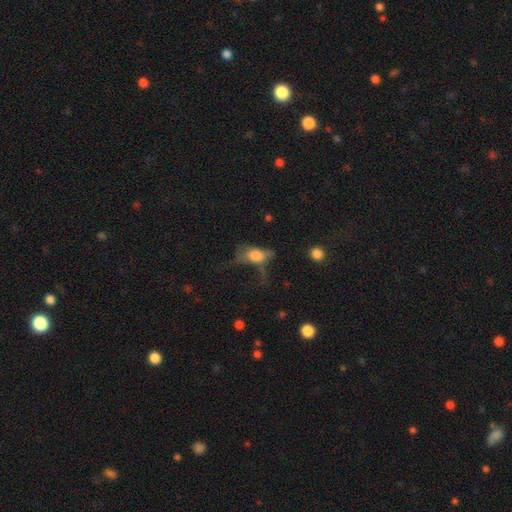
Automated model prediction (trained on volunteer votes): Smooth or featured? Predicted: smooth (p=0.64). How rounded? Predicted: in between (p=0.79). Merging? Predicted: major disturbance (p=0.49).